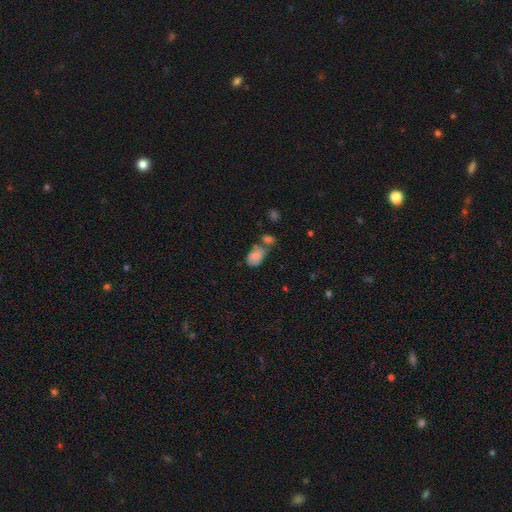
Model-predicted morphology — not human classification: A smooth galaxy with no disk features (79%) that is in between round and cigar-shaped (86%).

Vote fractions:
- Smooth or featured? smooth: 79% / featured or disk: 12% / star or artifact: 9%
- How rounded? in between: 86% / round: 13% / cigar-shaped: 1%
- Merging? merger: 37% / none: 33% / minor disturbance: 21% / major disturbance: 9%